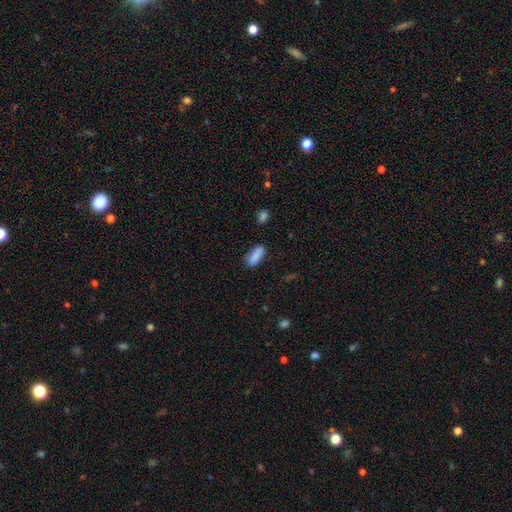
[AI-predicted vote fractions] Q: Smooth or featured?
A: smooth (86%); runner-up: star or artifact (8%)
Q: How rounded?
A: in between (70%); runner-up: cigar-shaped (28%)
Q: Merging?
A: none (77%); runner-up: minor disturbance (16%)